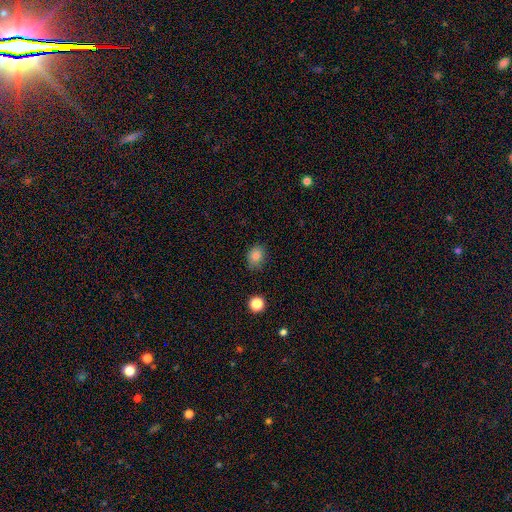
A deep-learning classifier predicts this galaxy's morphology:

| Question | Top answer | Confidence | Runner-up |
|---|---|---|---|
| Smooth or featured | smooth | 83% | star or artifact (11%) |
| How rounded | round | 50% | in between (49%) |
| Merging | none | 77% | minor disturbance (17%) |